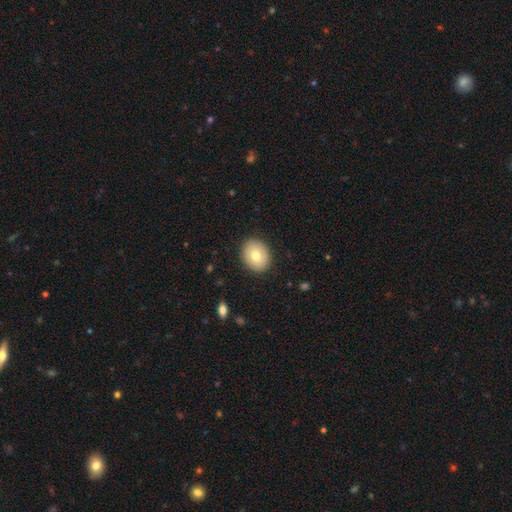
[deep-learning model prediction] This appears to be a smooth galaxy with no disk features (72%) that is round (52%). Merging: none (88%).